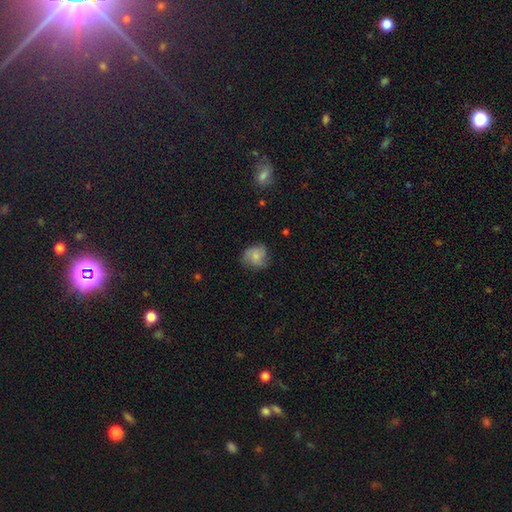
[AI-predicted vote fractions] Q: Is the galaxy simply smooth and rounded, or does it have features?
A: smooth — 68%.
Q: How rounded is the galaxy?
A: round — 77%.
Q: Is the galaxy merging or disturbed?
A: none — 66%.